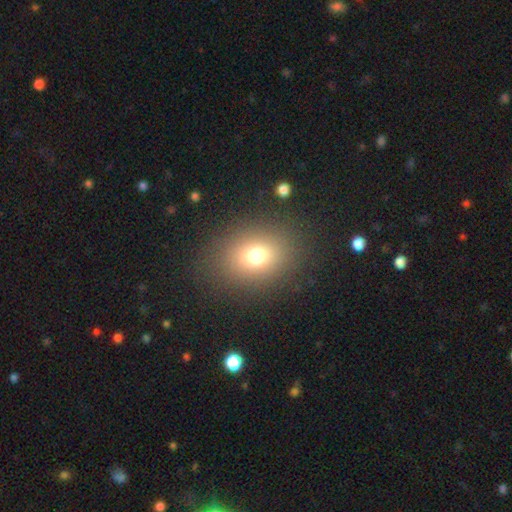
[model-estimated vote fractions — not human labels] Smooth or featured: smooth — 74% (star or artifact — 15%)
How rounded: in between — 54% (round — 44%)
Merging: none — 85% (minor disturbance — 9%)